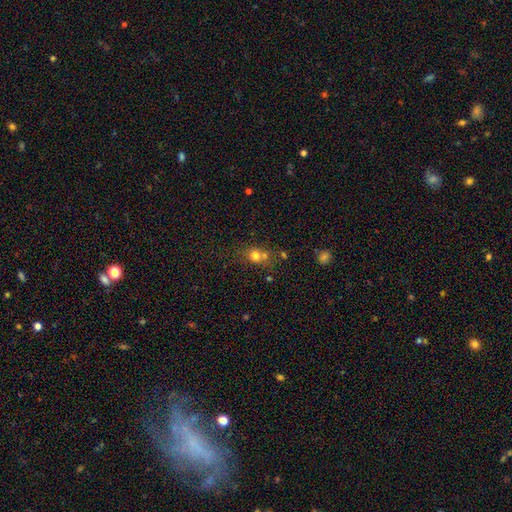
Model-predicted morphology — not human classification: smooth_or_featured: smooth (p=0.71) [alt: star or artifact p=0.16]
how_rounded: round (p=0.73) [alt: in between p=0.25]
merging: none (p=0.46) [alt: merger p=0.37]